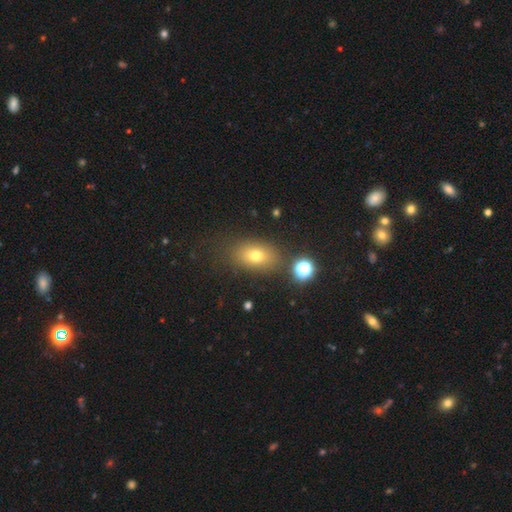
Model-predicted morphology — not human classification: Smooth or featured: smooth — 71% (star or artifact — 15%)
How rounded: in between — 76% (round — 22%)
Merging: none — 77% (minor disturbance — 13%)